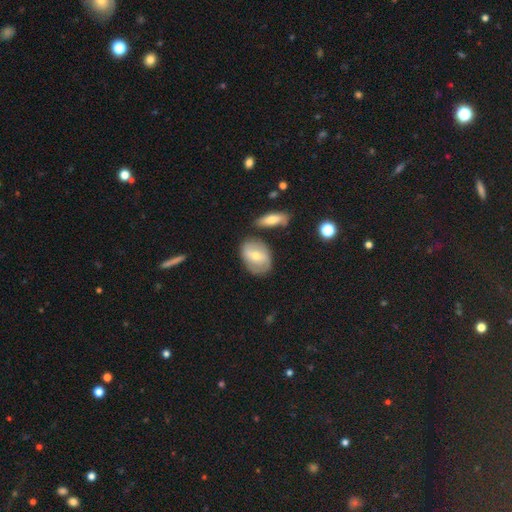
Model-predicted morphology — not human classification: A smooth galaxy with no disk features (49%). Merging: none (68%).